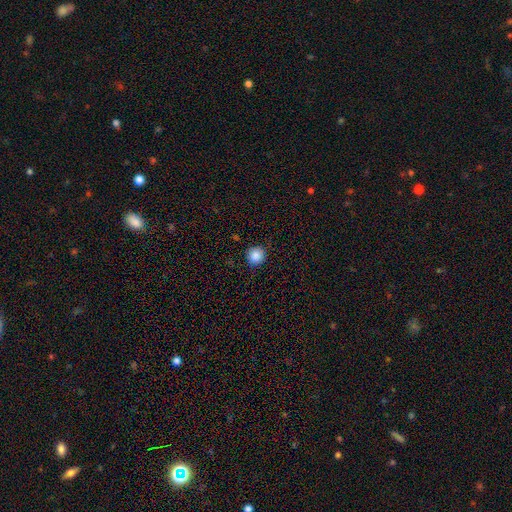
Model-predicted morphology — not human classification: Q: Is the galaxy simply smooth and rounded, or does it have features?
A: smooth — 86%.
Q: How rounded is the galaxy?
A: round — 95%.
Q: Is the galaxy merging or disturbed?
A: none — 87%.